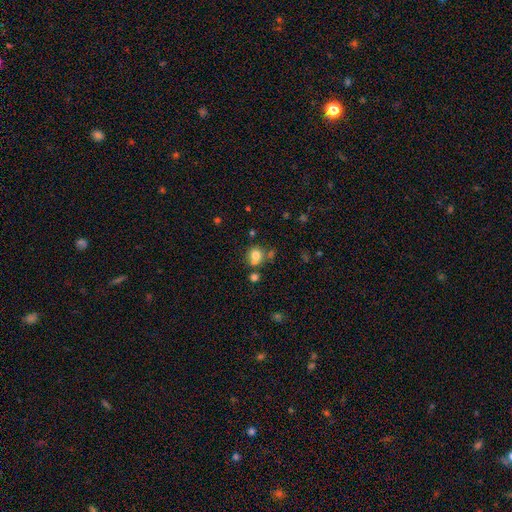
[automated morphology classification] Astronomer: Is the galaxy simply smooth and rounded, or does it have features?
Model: smooth — 77%.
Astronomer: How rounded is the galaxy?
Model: round — 80%.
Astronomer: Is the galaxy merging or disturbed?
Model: none — 57%.